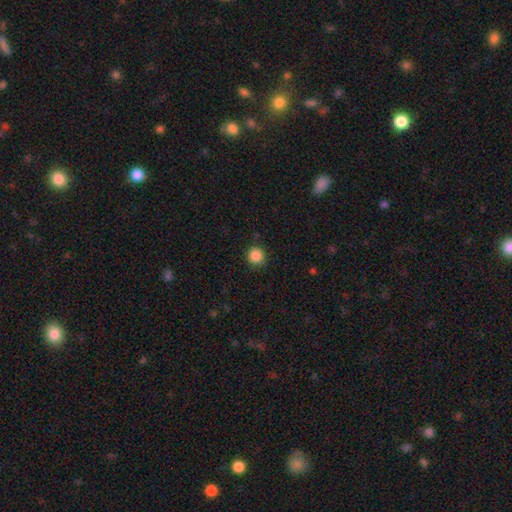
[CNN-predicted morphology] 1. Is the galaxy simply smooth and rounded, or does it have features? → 86% smooth, 11% star or artifact, 3% featured or disk.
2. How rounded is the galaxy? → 93% round, 6% in between, 1% cigar-shaped.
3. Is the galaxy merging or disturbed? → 88% none, 9% minor disturbance, 2% major disturbance, 1% merger.